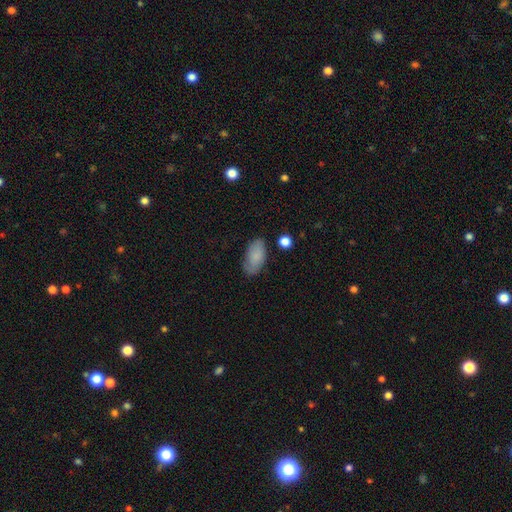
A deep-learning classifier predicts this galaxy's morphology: The model was most divided on "merging": none: 71%, minor disturbance: 21%, major disturbance: 5%, merger: 3%. More confident: how rounded — in between (93%); smooth or featured — smooth (81%).